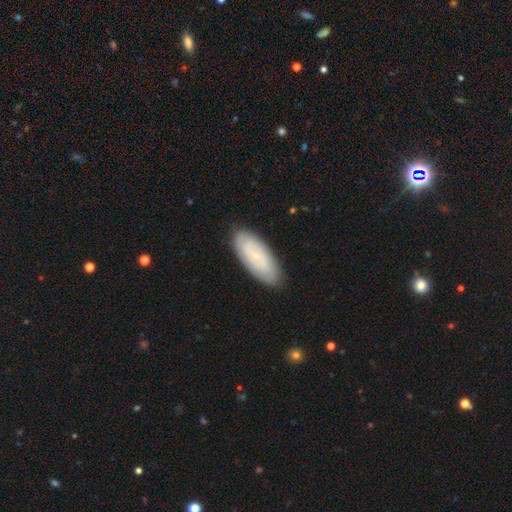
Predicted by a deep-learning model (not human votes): The model was most divided on "smooth or featured": smooth: 53%, featured or disk: 40%, star or artifact: 7%. More confident: merging — none (85%); how rounded — in between (80%).